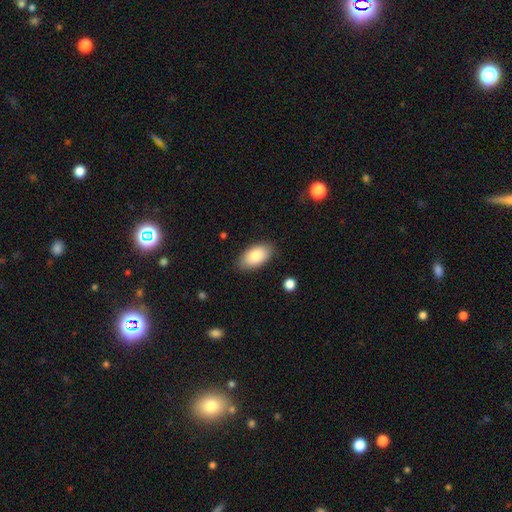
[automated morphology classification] Smooth or featured? Predicted: smooth (p=0.84). How rounded? Predicted: in between (p=0.95). Merging? Predicted: none (p=0.84).